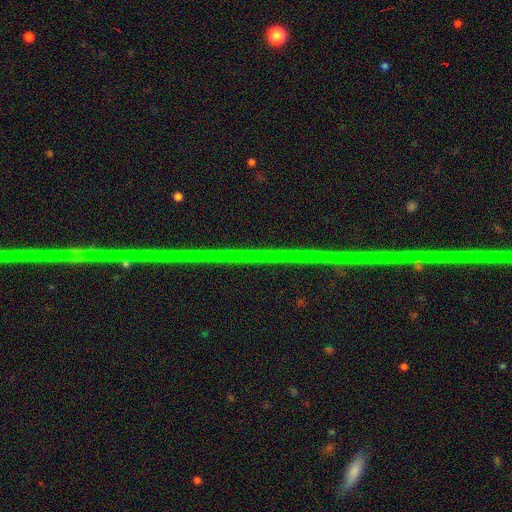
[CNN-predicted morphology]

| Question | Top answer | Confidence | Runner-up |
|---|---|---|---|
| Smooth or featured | star or artifact | 89% | featured or disk (7%) |